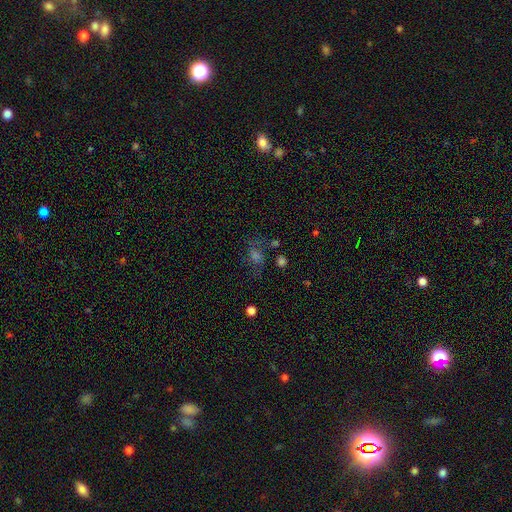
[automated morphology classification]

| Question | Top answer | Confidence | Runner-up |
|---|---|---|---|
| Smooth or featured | featured or disk | 36% | star or artifact (34%) |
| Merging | none | 57% | major disturbance (18%) |